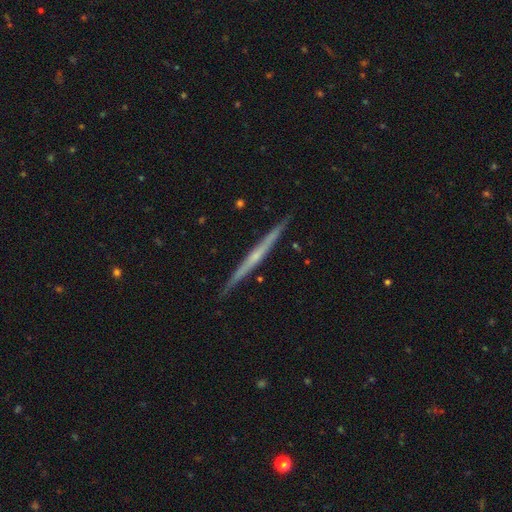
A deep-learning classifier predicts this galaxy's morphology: A featured or disk galaxy (73%) viewed edge-on (98%) with no central bulge (58%).

Vote fractions:
- Smooth or featured? featured or disk: 73% / smooth: 21% / star or artifact: 5%
- Edge-on disk? yes: 98% / no: 2%
- Edge-on bulge? none: 58% / rounded: 36% / boxy: 6%
- Merging? none: 91% / minor disturbance: 6% / major disturbance: 1% / merger: 1%